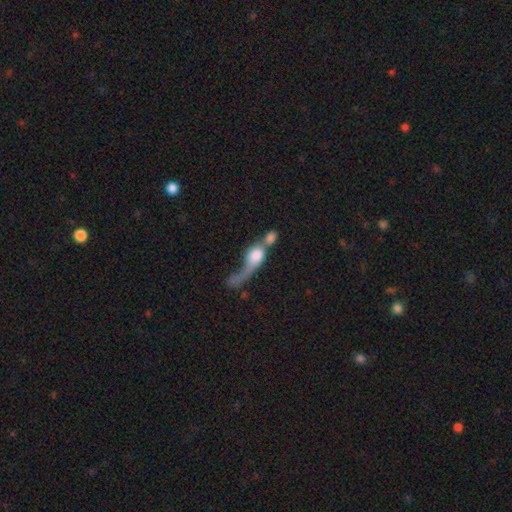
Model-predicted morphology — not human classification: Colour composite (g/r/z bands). It shows a smooth galaxy with no disk features (56%) that is in between round and cigar-shaped (51%). Merging: merger (64%).